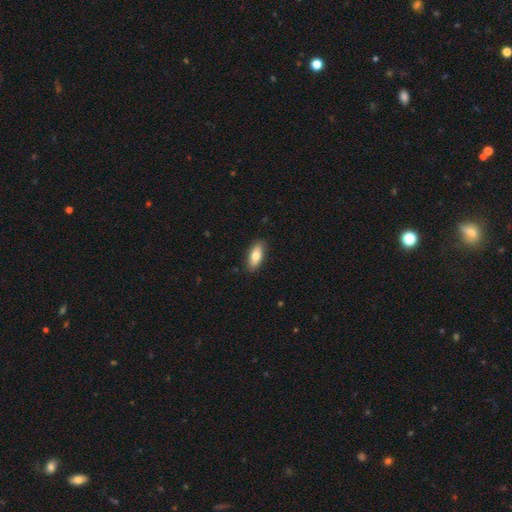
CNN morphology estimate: This appears to be a smooth galaxy with no disk features (78%) that is in between round and cigar-shaped (81%). Merging: none (87%).